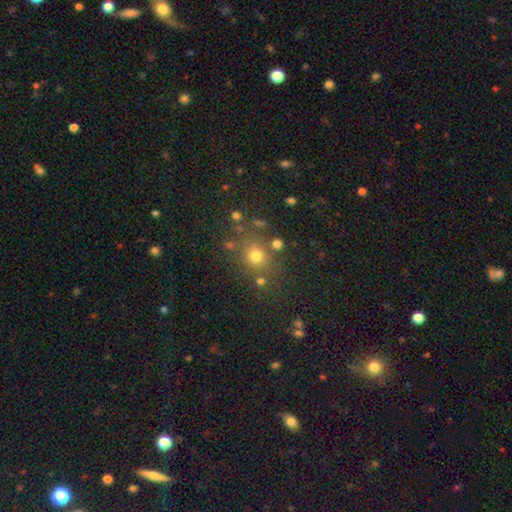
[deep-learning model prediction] The model was most divided on "smooth or featured": smooth: 70%, star or artifact: 21%, featured or disk: 9%. More confident: how rounded — round (77%); merging — none (74%).